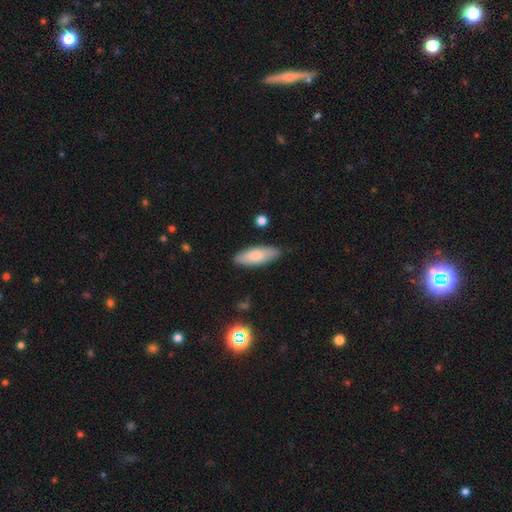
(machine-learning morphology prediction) smooth_or_featured: smooth (p=0.79) [alt: featured or disk p=0.15]
how_rounded: in between (p=0.69) [alt: cigar-shaped p=0.29]
merging: none (p=0.84) [alt: minor disturbance p=0.12]